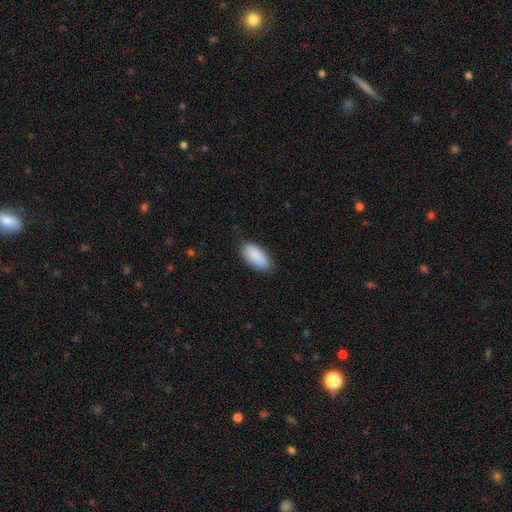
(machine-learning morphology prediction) A smooth galaxy with no disk features (89%) that is in between round and cigar-shaped (93%). Merging: none (81%).